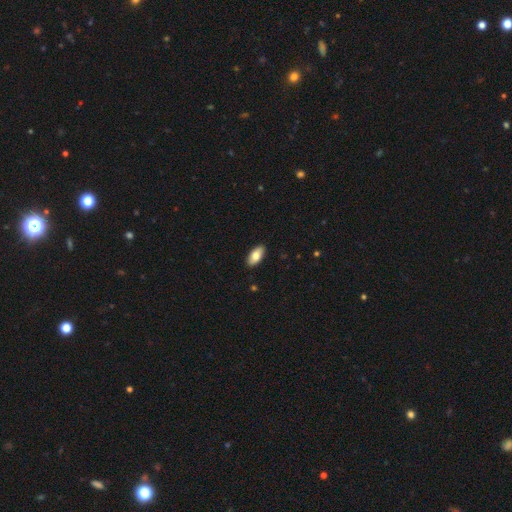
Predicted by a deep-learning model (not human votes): smooth_or_featured: smooth (p=0.83) [alt: featured or disk p=0.11]
how_rounded: in between (p=0.92) [alt: cigar-shaped p=0.06]
merging: none (p=0.90) [alt: minor disturbance p=0.08]